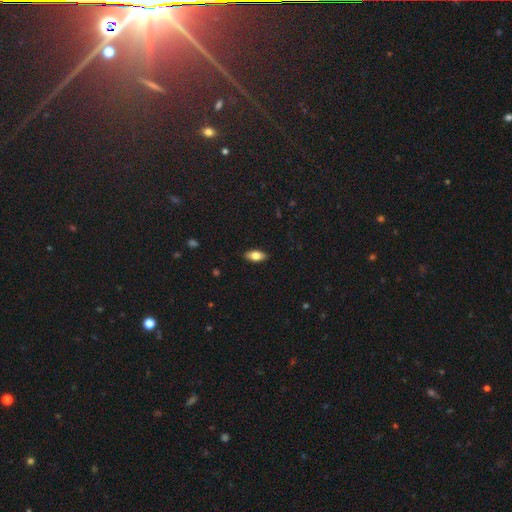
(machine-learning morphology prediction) Smooth or featured: smooth — 77% (featured or disk — 17%)
How rounded: in between — 88% (cigar-shaped — 9%)
Merging: none — 89% (minor disturbance — 8%)